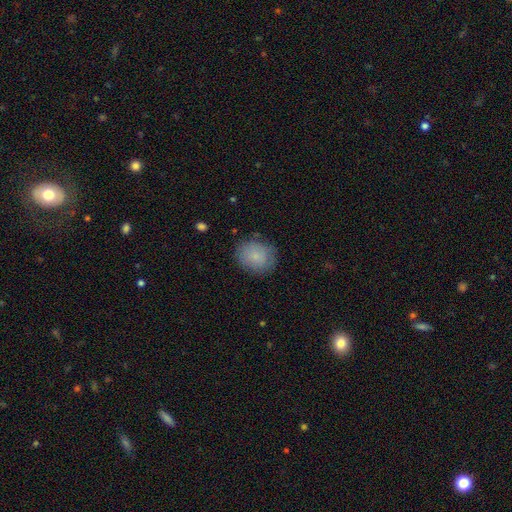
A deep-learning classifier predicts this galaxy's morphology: This is clearly a smooth galaxy (82%). How rounded: possibly round (59%). Merging: likely none (79%).